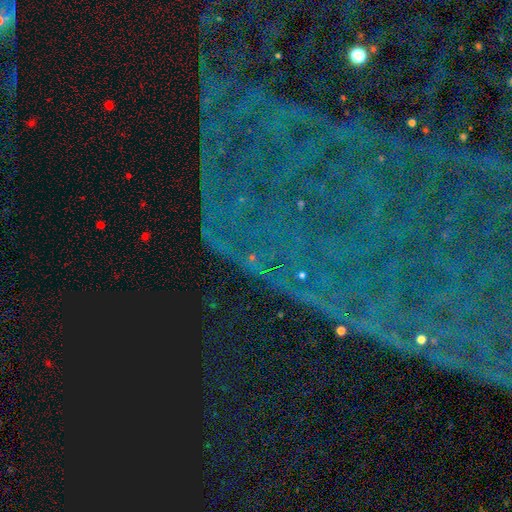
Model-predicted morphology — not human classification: star or artifact 85%, featured or disk 8%, smooth 7%.